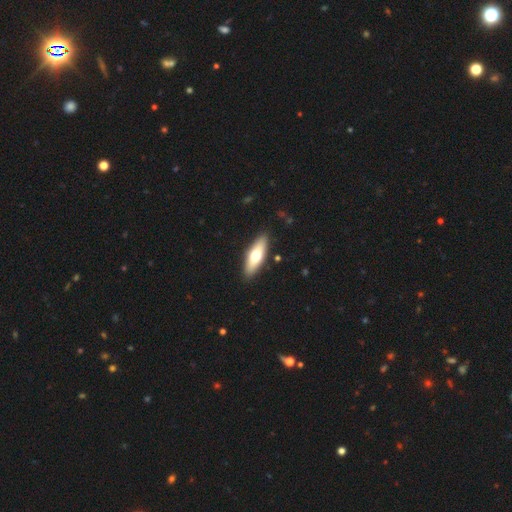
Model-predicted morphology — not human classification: Smooth or featured? Predicted: smooth (p=0.60). How rounded? Predicted: in between (p=0.55). Merging? Predicted: none (p=0.89).